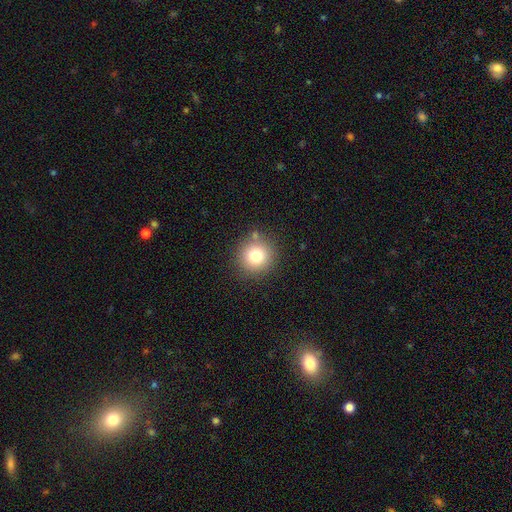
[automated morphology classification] Smooth or featured: smooth — 78% (star or artifact — 12%)
How rounded: round — 93% (in between — 6%)
Merging: none — 83% (minor disturbance — 9%)